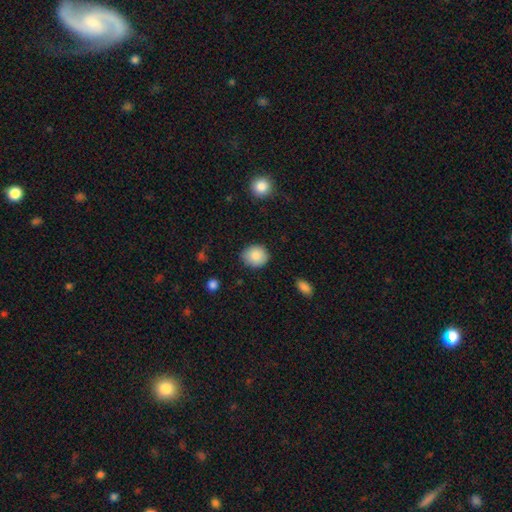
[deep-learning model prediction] Morphology: type=smooth (88%); roundness=round (75%); merging=none (84%).